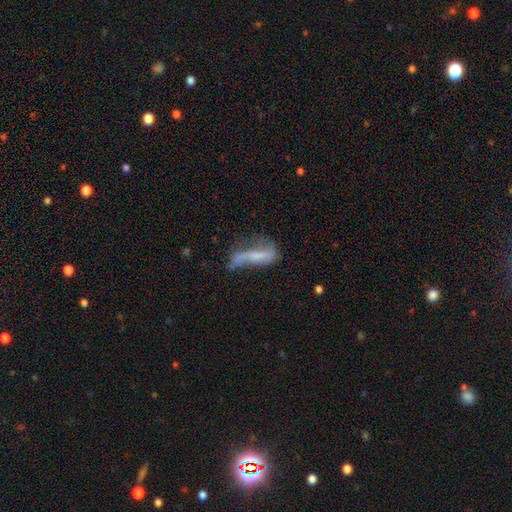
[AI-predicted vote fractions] A featured or disk galaxy (48%).

Vote fractions:
- Smooth or featured? featured or disk: 48% / smooth: 41% / star or artifact: 10%
- Merging? major disturbance: 32% / none: 29% / minor disturbance: 27% / merger: 12%